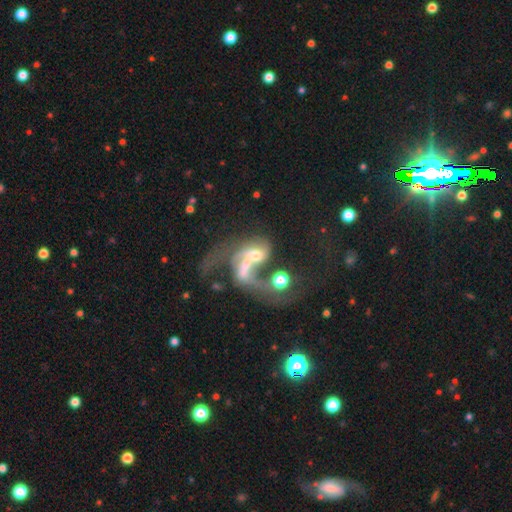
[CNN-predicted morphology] The model was most divided on "bulge size": moderate: 42%, small: 24%, none: 15%, large: 15%, dominant: 3%. More confident: edge-on disk — no (96%); spiral arms — yes (68%); smooth or featured — featured or disk (64%); merging — merger (64%); bar — no (53%).